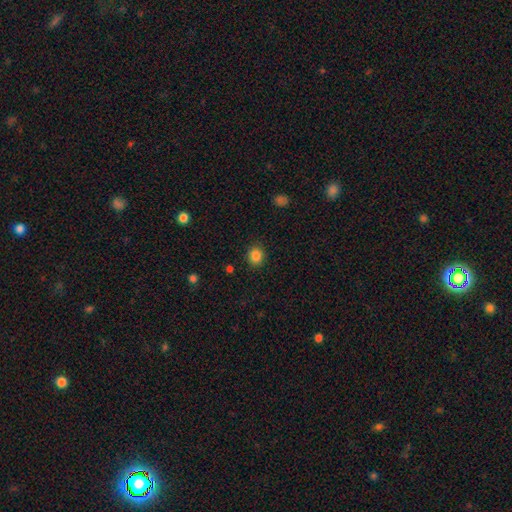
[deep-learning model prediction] Smooth or featured: smooth — 85% (star or artifact — 11%)
How rounded: round — 80% (in between — 20%)
Merging: none — 90% (minor disturbance — 7%)